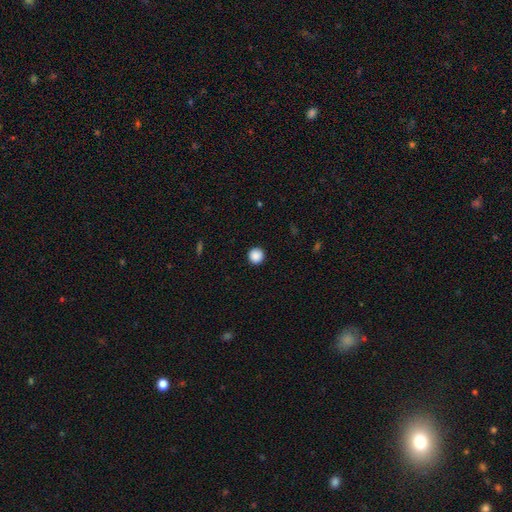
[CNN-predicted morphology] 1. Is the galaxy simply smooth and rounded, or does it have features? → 88% smooth, 9% star or artifact, 2% featured or disk.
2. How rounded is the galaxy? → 96% round, 3% in between, 1% cigar-shaped.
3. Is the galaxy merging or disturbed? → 93% none, 4% minor disturbance, 2% major disturbance, 1% merger.